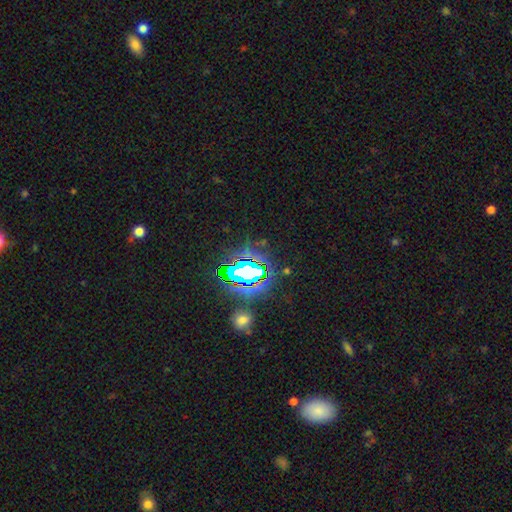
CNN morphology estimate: Overall: star or artifact (82%).